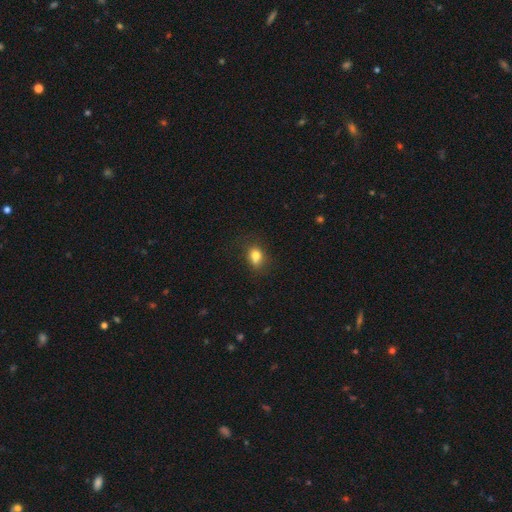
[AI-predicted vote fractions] A smooth galaxy with no disk features (77%) that is round (49%, tied with in between). Merging: none (55%).